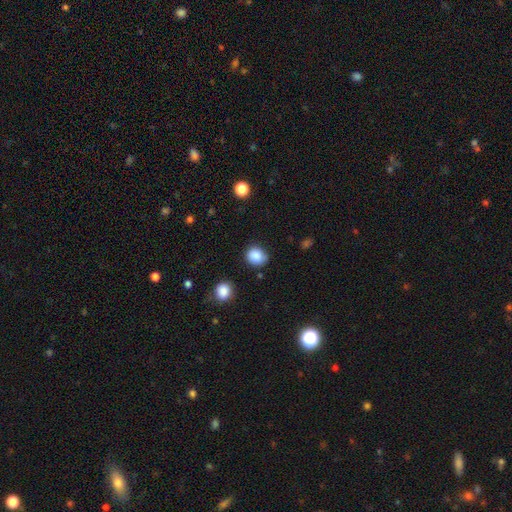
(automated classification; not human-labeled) Morphology: type=smooth (86%); roundness=round (79%); merging=none (74%).